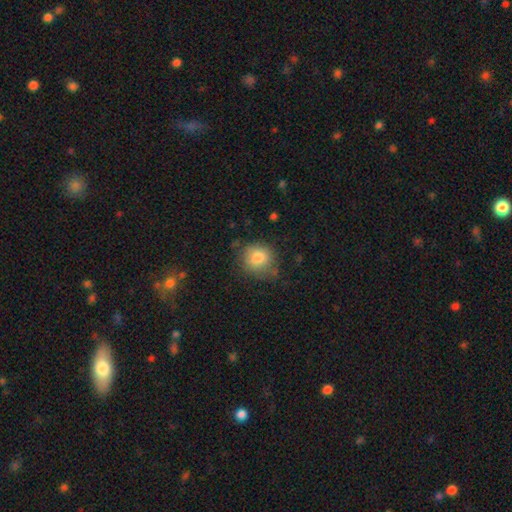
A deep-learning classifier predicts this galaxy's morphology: A smooth galaxy with no disk features (79%) that is round (86%). Merging: none (74%).